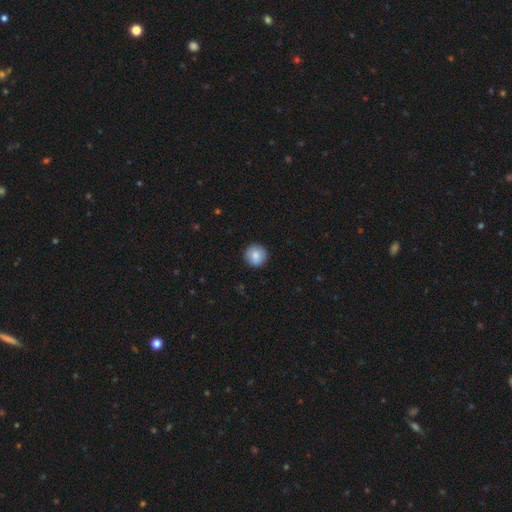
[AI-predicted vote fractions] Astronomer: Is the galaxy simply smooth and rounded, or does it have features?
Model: smooth — 83%.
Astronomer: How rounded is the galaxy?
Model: round — 94%.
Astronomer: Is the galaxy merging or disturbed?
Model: none — 90%.